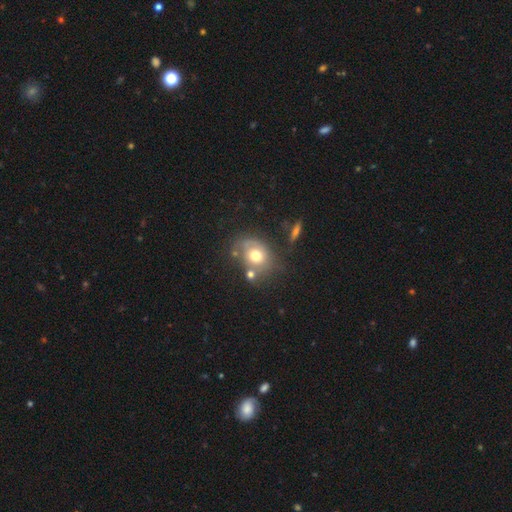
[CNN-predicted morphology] The model was most divided on "how rounded": round: 54%, in between: 44%, cigar-shaped: 1%. More confident: smooth or featured — smooth (63%); merging — none (51%).